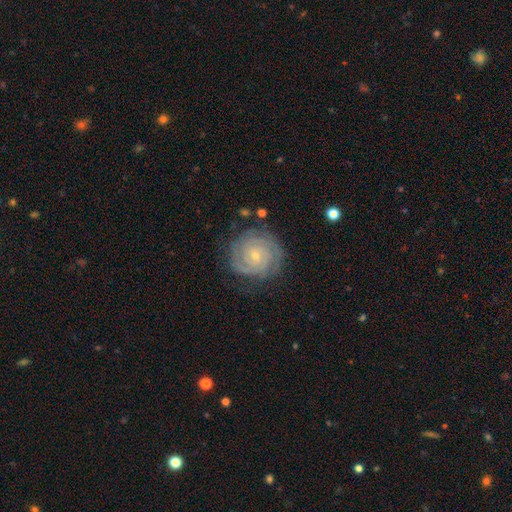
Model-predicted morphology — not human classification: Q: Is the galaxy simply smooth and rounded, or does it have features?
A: featured or disk — 85%.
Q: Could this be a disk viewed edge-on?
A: no — 98%.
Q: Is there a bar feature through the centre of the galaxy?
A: no — 73%.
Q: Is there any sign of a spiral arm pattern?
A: yes — 97%.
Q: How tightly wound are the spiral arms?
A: tight — 82%.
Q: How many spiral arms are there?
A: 2 — 38%.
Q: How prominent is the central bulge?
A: small — 79%.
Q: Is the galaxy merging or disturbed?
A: none — 80%.